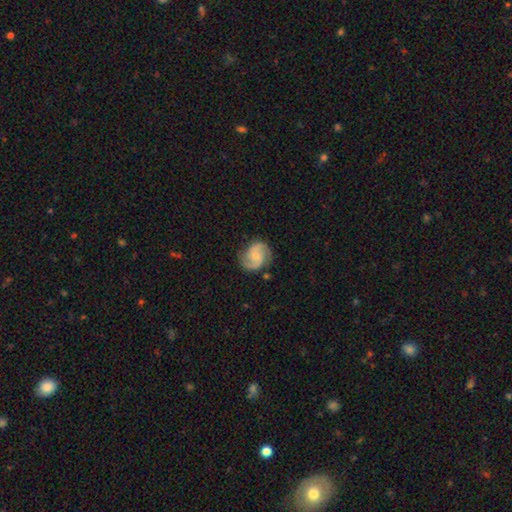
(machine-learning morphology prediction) Overall: featured or disk (85%). Edge-on disk: no (98%). Bar: no (55%; weak 38%). Spiral arms: yes (98%). Spiral arm count: 2 (92%). Spiral winding: medium (56%; tight 24%). Bulge size: small (55%; moderate 31%). Merging: none (81%).